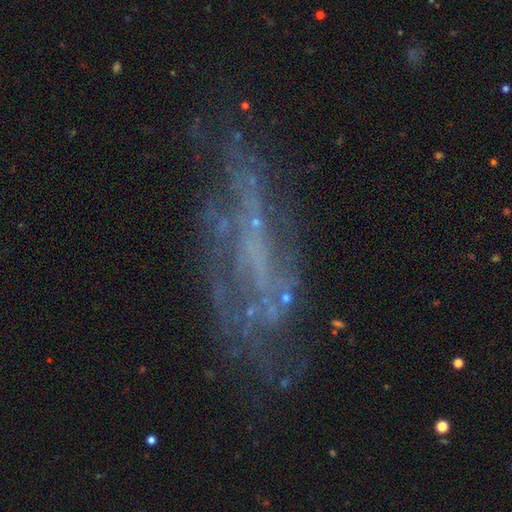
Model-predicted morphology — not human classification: Smooth or featured: featured or disk — 69% (star or artifact — 18%)
Edge-on disk: no — 85% (yes — 15%)
Bar: no — 59% (weak — 26%)
Spiral arms: yes — 59% (no — 41%)
Bulge size: none — 72% (small — 20%)
Merging: none — 52% (major disturbance — 23%)